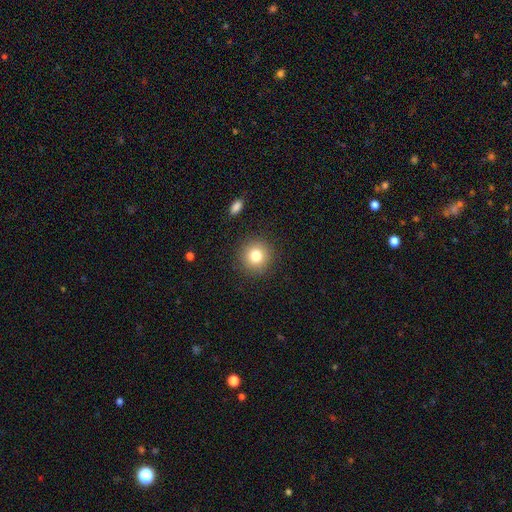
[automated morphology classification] Smooth or featured? smooth (80%)
How rounded? round (93%)
Merging? none (89%)